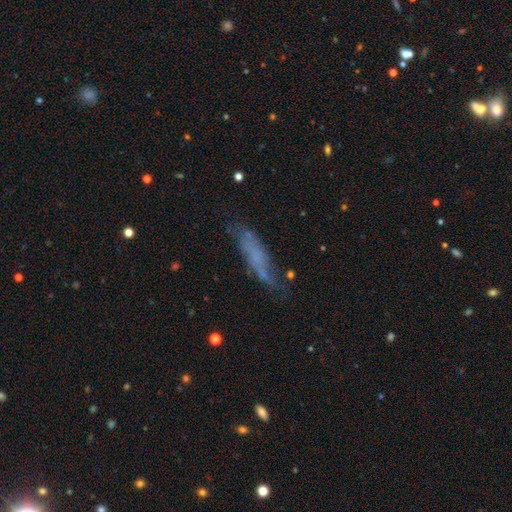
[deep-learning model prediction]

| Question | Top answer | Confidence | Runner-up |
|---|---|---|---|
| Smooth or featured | smooth | 45% | featured or disk (43%) |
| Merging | none | 57% | minor disturbance (26%) |